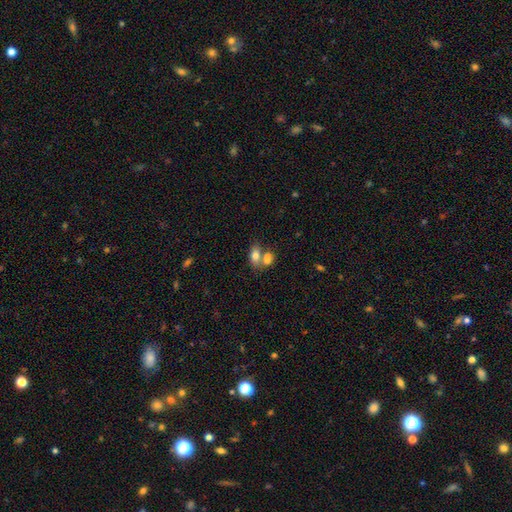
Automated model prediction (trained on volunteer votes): The model was most divided on "merging": merger: 57%, none: 30%, minor disturbance: 8%, major disturbance: 4%. More confident: how rounded — in between (83%); smooth or featured — smooth (76%).